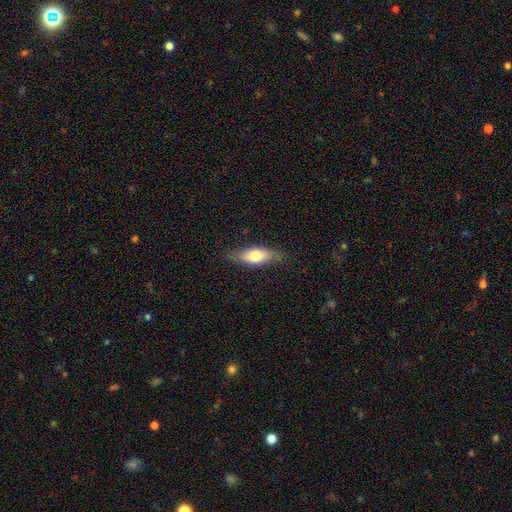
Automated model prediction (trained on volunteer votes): A smooth galaxy with no disk features (67%) that is in between round and cigar-shaped (66%).

Vote fractions:
- Smooth or featured? smooth: 67% / featured or disk: 27% / star or artifact: 6%
- How rounded? in between: 66% / cigar-shaped: 31% / round: 3%
- Merging? none: 80% / minor disturbance: 16% / major disturbance: 3% / merger: 1%